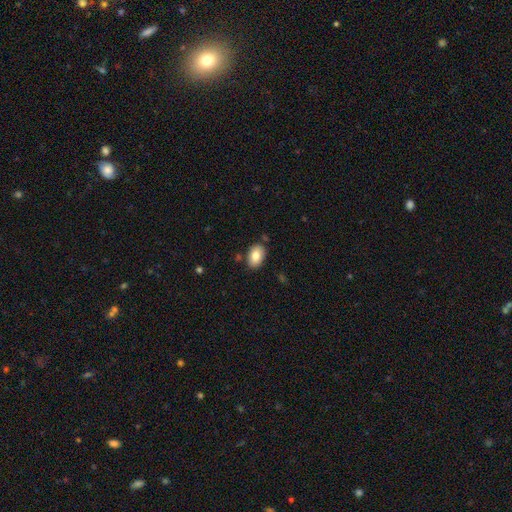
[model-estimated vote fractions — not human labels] smooth 84%, featured or disk 9%, star or artifact 7%. Down the decision tree: how rounded — in between (88%); merging — none (83%).